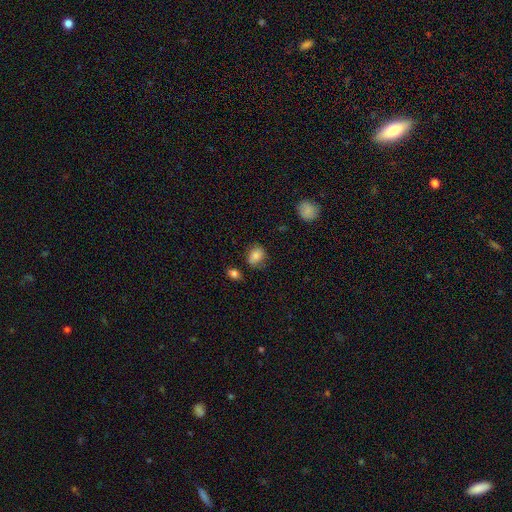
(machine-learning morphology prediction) Smooth or featured? Predicted: smooth (p=0.81). How rounded? Predicted: in between (p=0.52). Merging? Predicted: none (p=0.69).